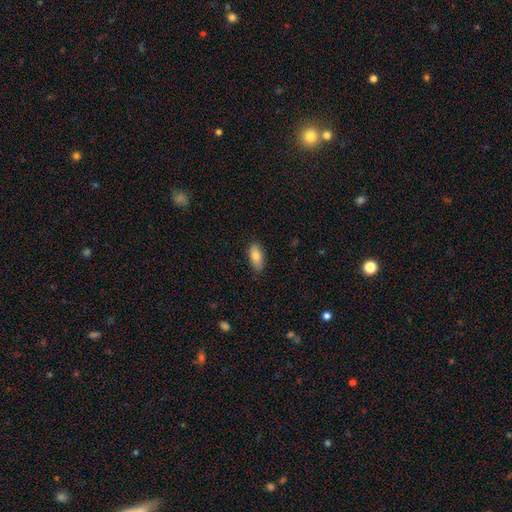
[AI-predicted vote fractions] A smooth galaxy with no disk features (82%) that is in between round and cigar-shaped (83%).

Vote fractions:
- Smooth or featured? smooth: 82% / featured or disk: 12% / star or artifact: 7%
- How rounded? in between: 83% / cigar-shaped: 14% / round: 2%
- Merging? none: 87% / minor disturbance: 10% / major disturbance: 2% / merger: 1%